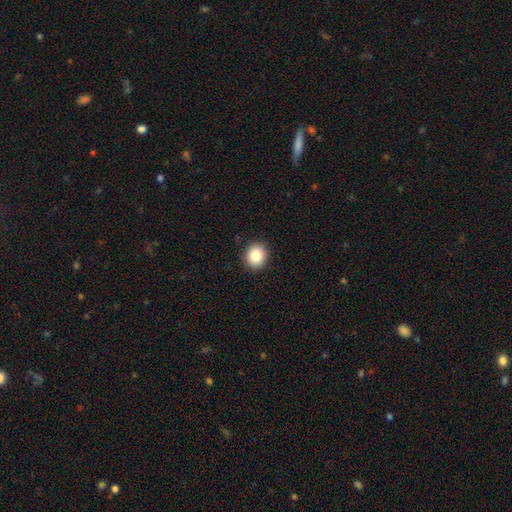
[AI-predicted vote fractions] Q: Smooth or featured?
A: smooth (84%); runner-up: star or artifact (9%)
Q: How rounded?
A: round (78%); runner-up: in between (21%)
Q: Merging?
A: none (91%); runner-up: minor disturbance (6%)